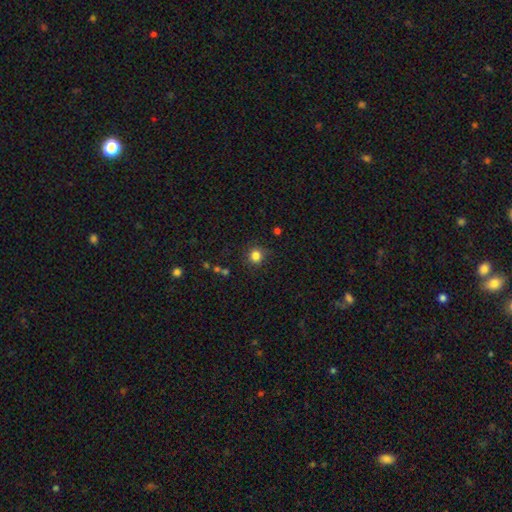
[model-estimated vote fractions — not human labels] A smooth galaxy with no disk features (83%) that is round (89%).

Vote fractions:
- Smooth or featured? smooth: 83% / star or artifact: 13% / featured or disk: 5%
- How rounded? round: 89% / in between: 10% / cigar-shaped: 1%
- Merging? none: 85% / minor disturbance: 10% / major disturbance: 3% / merger: 2%